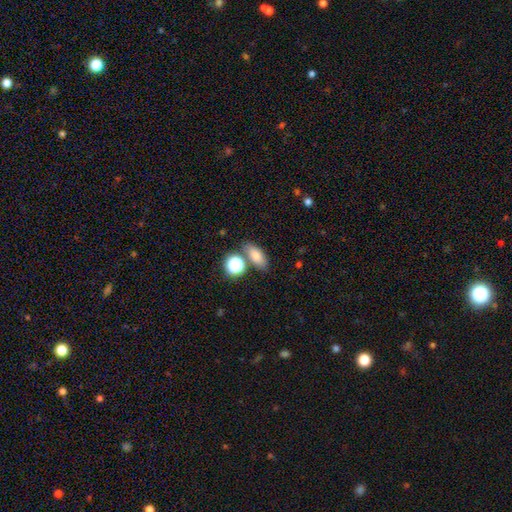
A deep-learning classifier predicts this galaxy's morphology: smooth_or_featured: smooth (p=0.76) [alt: star or artifact p=0.14]
how_rounded: in between (p=0.76) [alt: round p=0.14]
merging: none (p=0.71) [alt: merger p=0.14]